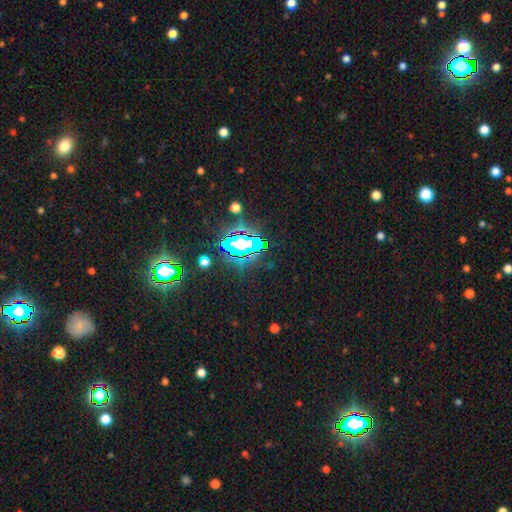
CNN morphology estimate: This is clearly a star or artifact rather than a galaxy (83%).